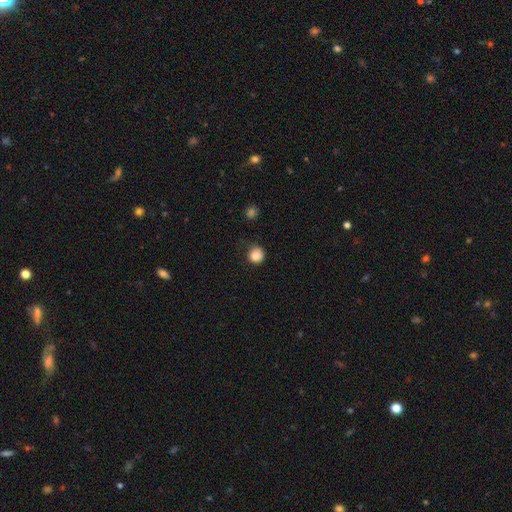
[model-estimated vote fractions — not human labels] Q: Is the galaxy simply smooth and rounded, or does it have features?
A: smooth — 83%.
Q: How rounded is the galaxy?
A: round — 90%.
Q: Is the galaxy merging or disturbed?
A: none — 68%.